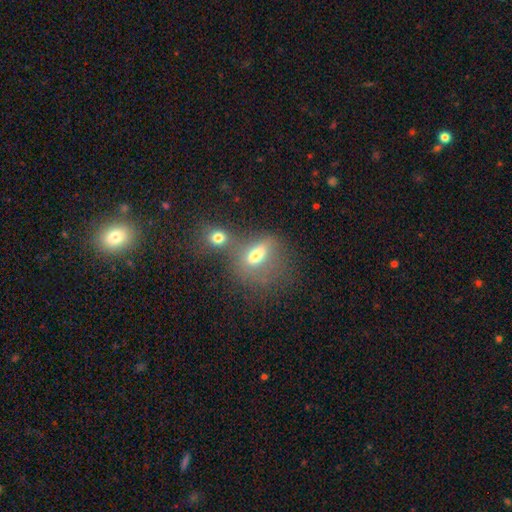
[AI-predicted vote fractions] smooth-or-featured: smooth: 65% | featured or disk: 21% | star or artifact: 14%
  how-rounded: in between: 68% | round: 27% | cigar-shaped: 5%
  merging: merger: 52% | none: 28% | minor disturbance: 10% | major disturbance: 10%